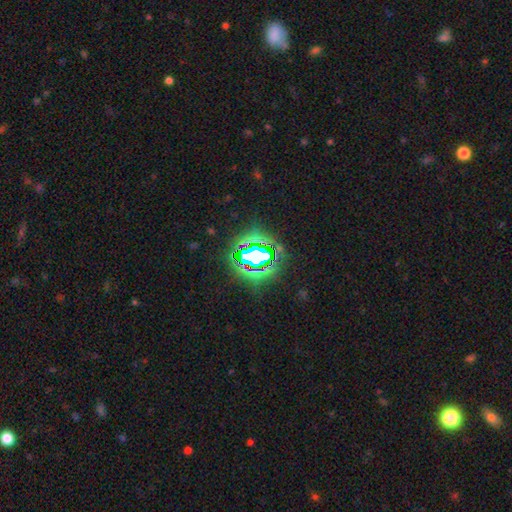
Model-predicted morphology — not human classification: Overall: star or artifact (74%).